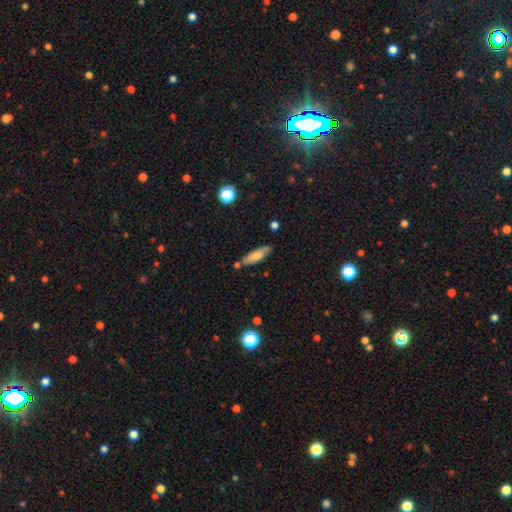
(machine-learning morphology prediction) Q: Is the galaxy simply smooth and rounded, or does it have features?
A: smooth — 74%.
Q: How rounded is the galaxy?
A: cigar-shaped — 57%.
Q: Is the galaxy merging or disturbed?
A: none — 75%.